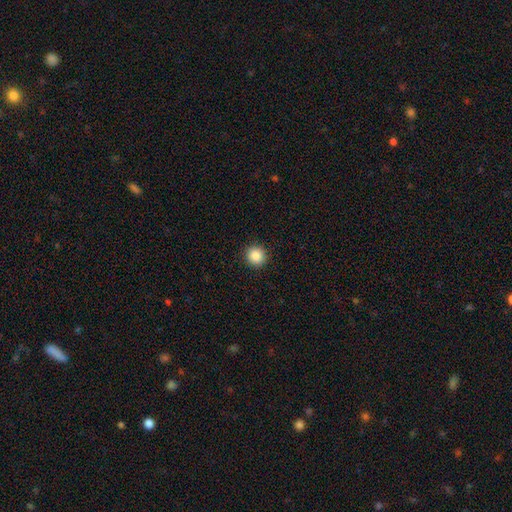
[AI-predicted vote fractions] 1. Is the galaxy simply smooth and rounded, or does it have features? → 87% smooth, 10% star or artifact, 3% featured or disk.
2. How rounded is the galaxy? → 94% round, 5% in between, 1% cigar-shaped.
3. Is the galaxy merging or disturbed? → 93% none, 5% minor disturbance, 2% major disturbance, 1% merger.